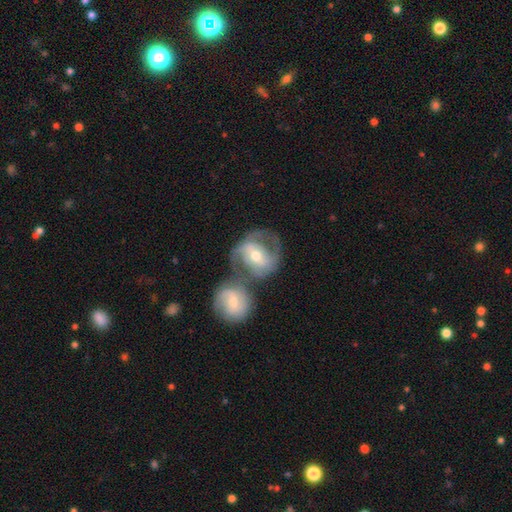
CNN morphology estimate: A featured or disk galaxy (71%) with a weak bar (43%), 2 (75%) medium (49%) spiral arms (83%) and a moderate central bulge (65%).

Vote fractions:
- Smooth or featured? featured or disk: 71% / smooth: 23% / star or artifact: 6%
- Edge-on disk? no: 96% / yes: 4%
- Bar? weak: 43% / strong: 31% / no: 26%
- Spiral arms? yes: 83% / no: 17%
- Spiral winding? medium: 49% / tight: 30% / loose: 20%
- Spiral arm count? 2: 75% / can't tell: 13% / 1: 5% / 3: 5% / 4: 1% / more than 4: 1%
- Bulge size? moderate: 65% / small: 29% / large: 4% / none: 1% / dominant: 1%
- Merging? merger: 50% / none: 31% / minor disturbance: 11% / major disturbance: 8%